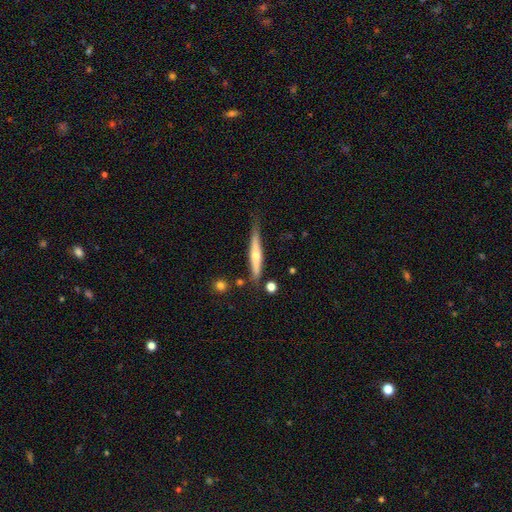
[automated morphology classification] smooth_or_featured: featured or disk (p=0.64) [alt: smooth p=0.30]
disk_edge_on: yes (p=0.95) [alt: no p=0.05]
edge_on_bulge: rounded (p=0.82) [alt: none p=0.14]
merging: none (p=0.73) [alt: minor disturbance p=0.19]